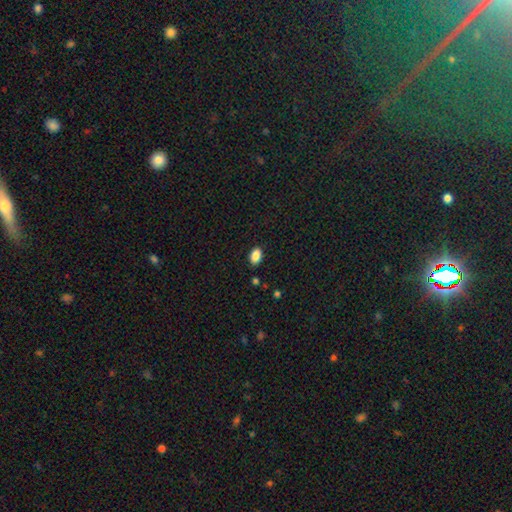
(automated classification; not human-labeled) A smooth galaxy with no disk features (87%) that is in between round and cigar-shaped (89%). Merging: none (88%).